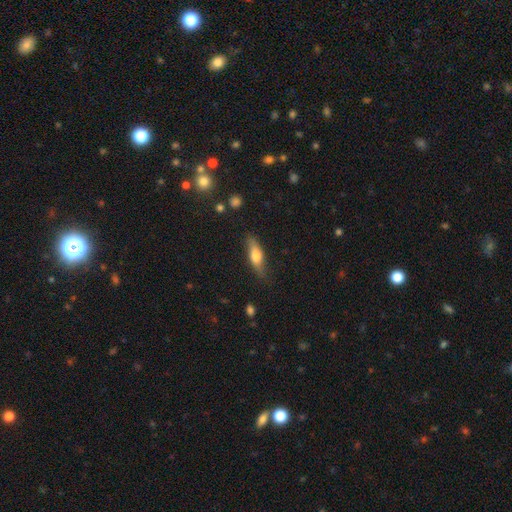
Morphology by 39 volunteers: smooth-or-featured: smooth: 72% | featured or disk: 26% | star or artifact: 3%
  how-rounded: cigar-shaped: 64% | in between: 36% | round: 0%
  merging: none: 82% | minor disturbance: 16% | major disturbance: 3% | merger: 0%